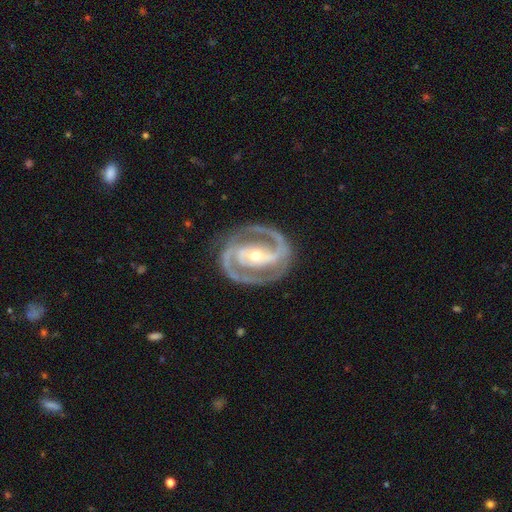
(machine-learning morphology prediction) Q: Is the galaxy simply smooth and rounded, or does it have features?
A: featured or disk — 92%.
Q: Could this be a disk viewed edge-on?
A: no — 97%.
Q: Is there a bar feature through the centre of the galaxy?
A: strong — 60%.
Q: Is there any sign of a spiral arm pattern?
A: yes — 96%.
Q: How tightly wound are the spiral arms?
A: tight — 47%.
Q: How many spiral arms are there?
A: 2 — 92%.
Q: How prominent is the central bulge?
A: moderate — 48%.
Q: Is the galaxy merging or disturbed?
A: none — 82%.